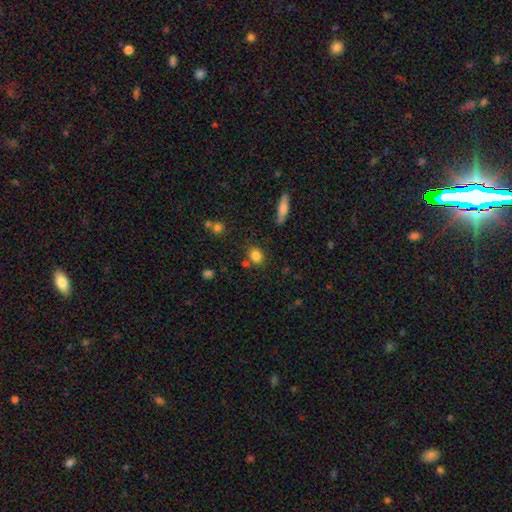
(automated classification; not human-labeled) smooth_or_featured: smooth (p=0.82) [alt: star or artifact p=0.11]
how_rounded: round (p=0.49) [alt: in between p=0.48]
merging: none (p=0.76) [alt: minor disturbance p=0.12]